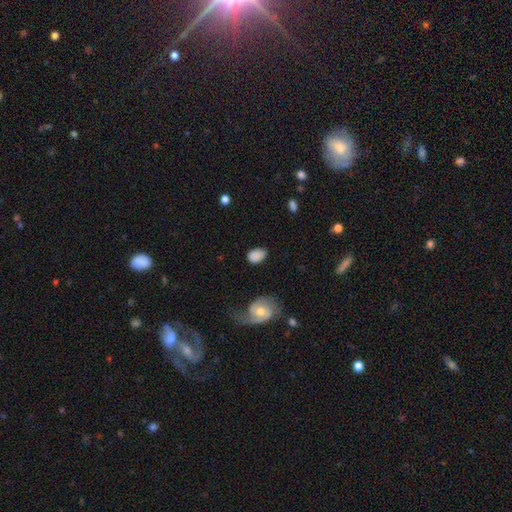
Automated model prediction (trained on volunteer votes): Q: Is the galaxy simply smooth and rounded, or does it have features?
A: smooth — 80%.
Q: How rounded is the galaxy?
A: in between — 81%.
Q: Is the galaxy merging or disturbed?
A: none — 71%.